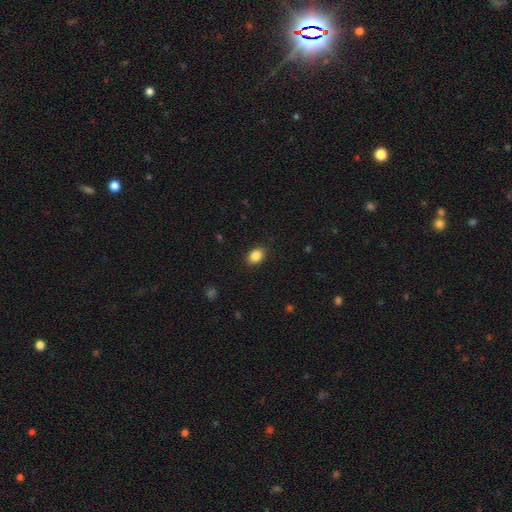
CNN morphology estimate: Smooth or featured?
  - smooth: 87% *
  - star or artifact: 9%
  - featured or disk: 5%
How rounded?
  - in between: 79% *
  - round: 20%
  - cigar-shaped: 1%
Merging?
  - none: 88% *
  - minor disturbance: 8%
  - major disturbance: 2%
  - merger: 1%